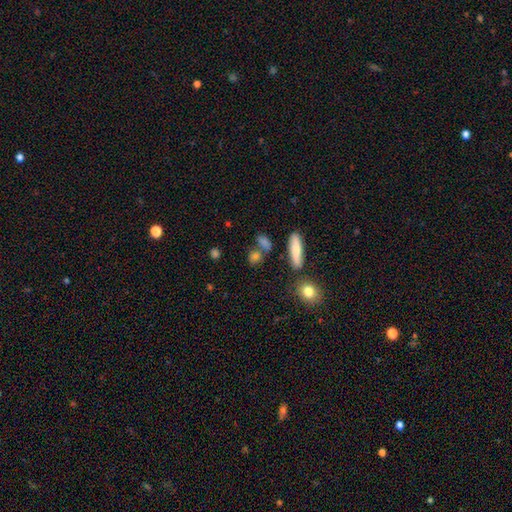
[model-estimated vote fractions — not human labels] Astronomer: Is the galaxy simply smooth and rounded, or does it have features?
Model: smooth — 66%.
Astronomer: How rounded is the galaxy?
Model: in between — 39% (runner-up: round, 37%).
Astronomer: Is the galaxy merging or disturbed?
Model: none — 67%.